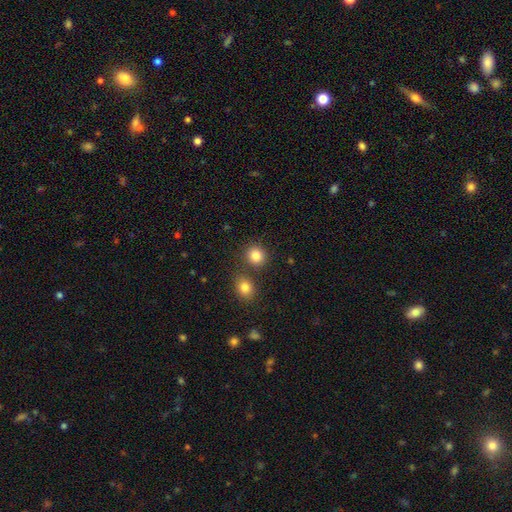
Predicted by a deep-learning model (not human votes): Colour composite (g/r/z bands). It shows a smooth galaxy with no disk features (84%) that is round (82%). Merging: none (77%).